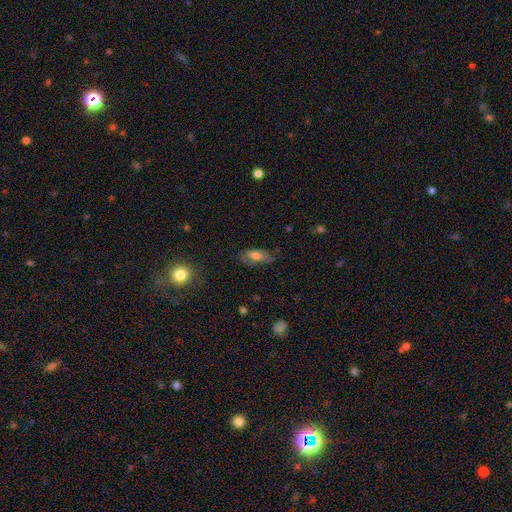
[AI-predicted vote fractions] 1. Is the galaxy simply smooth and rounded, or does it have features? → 63% smooth, 28% featured or disk, 9% star or artifact.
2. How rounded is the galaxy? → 82% in between, 14% cigar-shaped, 4% round.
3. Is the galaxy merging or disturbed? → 70% none, 22% minor disturbance, 6% major disturbance, 2% merger.